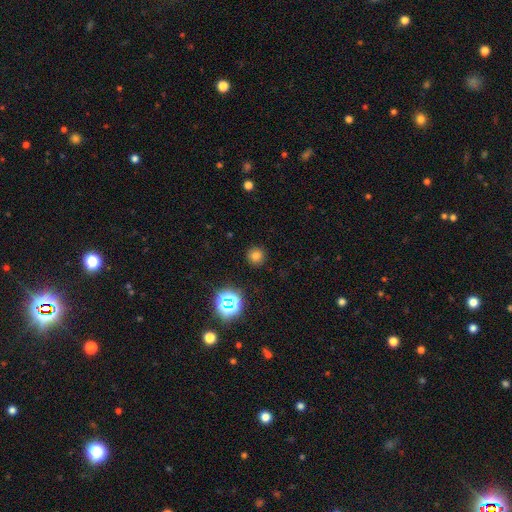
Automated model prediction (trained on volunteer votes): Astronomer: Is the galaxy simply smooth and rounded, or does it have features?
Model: smooth — 72%.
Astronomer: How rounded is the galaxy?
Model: round — 94%.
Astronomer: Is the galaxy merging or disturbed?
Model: none — 90%.